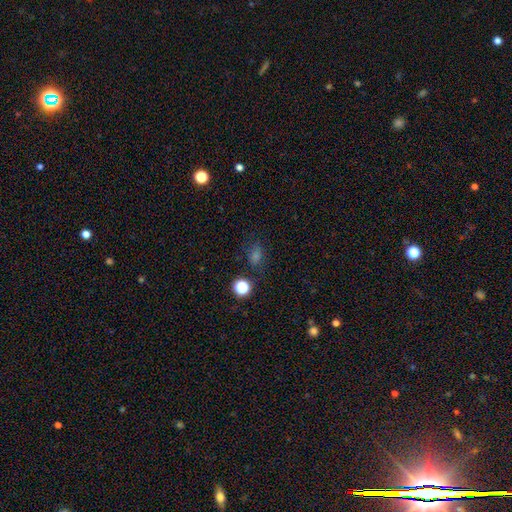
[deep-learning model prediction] Smooth or featured: smooth — 58% (star or artifact — 32%)
How rounded: in between — 61% (round — 36%)
Merging: none — 76% (minor disturbance — 15%)